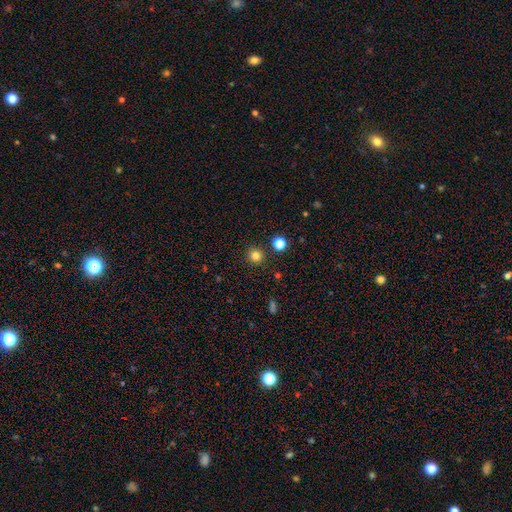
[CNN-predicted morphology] Smooth or featured? Predicted: smooth (p=0.81). How rounded? Predicted: round (p=0.93). Merging? Predicted: none (p=0.90).